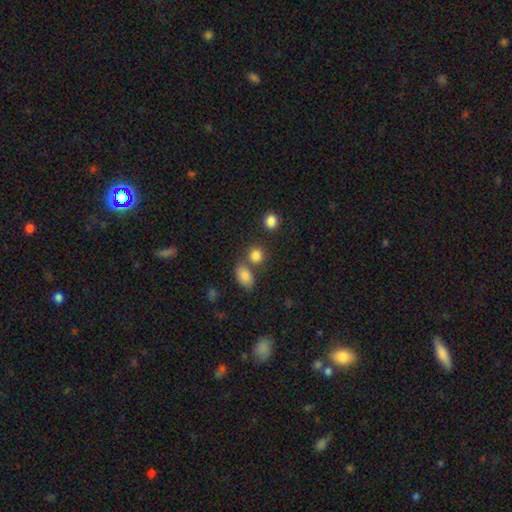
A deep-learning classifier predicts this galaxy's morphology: A smooth galaxy with no disk features (83%) that is round (76%). Merging: none (65%).